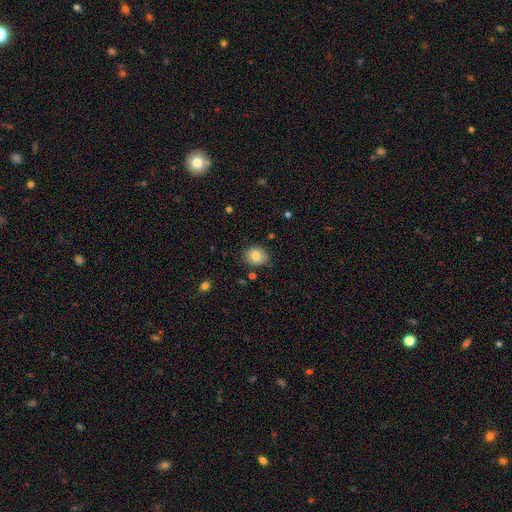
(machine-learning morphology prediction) The model was most divided on "how rounded": round: 61%, in between: 38%, cigar-shaped: 1%. More confident: smooth or featured — smooth (81%); merging — none (80%).